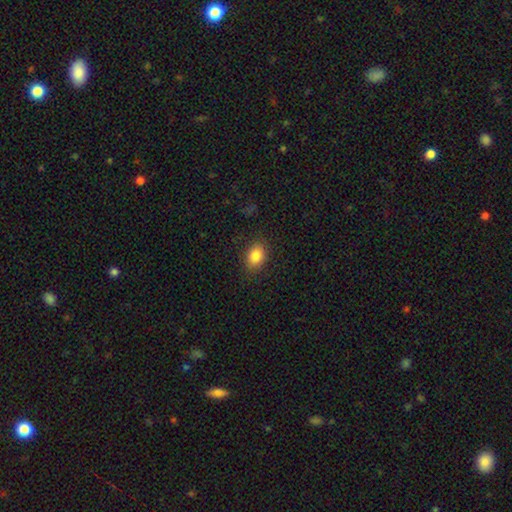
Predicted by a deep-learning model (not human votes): Smooth or featured?
  - smooth: 85% *
  - star or artifact: 9%
  - featured or disk: 6%
How rounded?
  - in between: 71% *
  - round: 28%
  - cigar-shaped: 1%
Merging?
  - none: 86% *
  - minor disturbance: 10%
  - major disturbance: 3%
  - merger: 1%